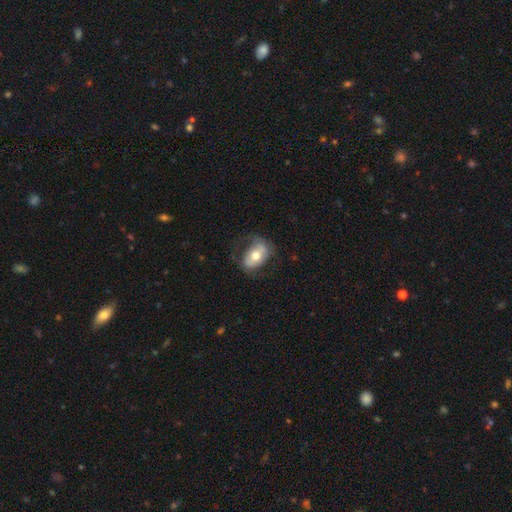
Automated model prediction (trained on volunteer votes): Smooth or featured? smooth (54%)
How rounded? in between (86%)
Merging? none (57%)